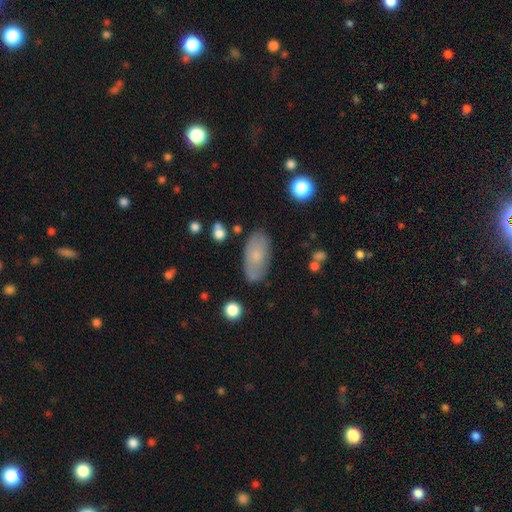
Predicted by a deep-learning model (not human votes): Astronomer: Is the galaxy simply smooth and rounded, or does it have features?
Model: smooth — 68%.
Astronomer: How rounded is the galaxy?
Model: in between — 92%.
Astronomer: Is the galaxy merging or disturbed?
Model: none — 78%.